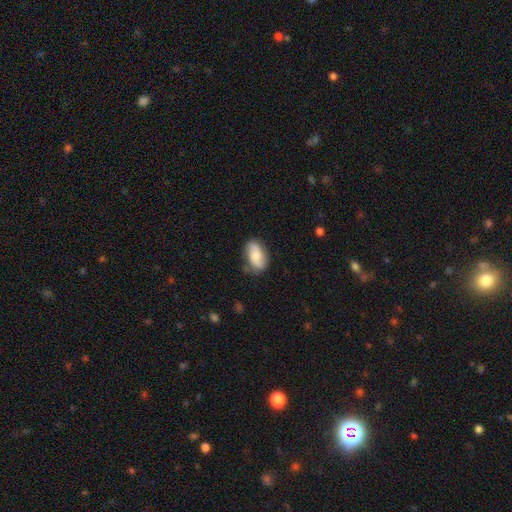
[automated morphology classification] smooth 64%, featured or disk 29%, star or artifact 7%. Down the decision tree: how rounded — in between (91%); merging — none (72%).